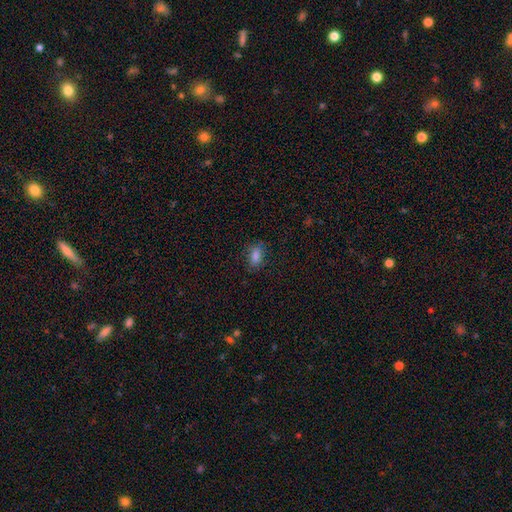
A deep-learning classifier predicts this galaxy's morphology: type=smooth (81%); roundness=in between (83%); merging=none (78%).